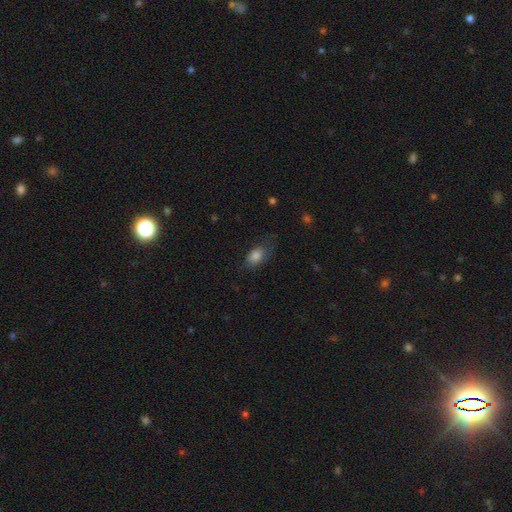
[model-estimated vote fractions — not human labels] Smooth or featured? smooth (81%)
How rounded? in between (88%)
Merging? none (59%)